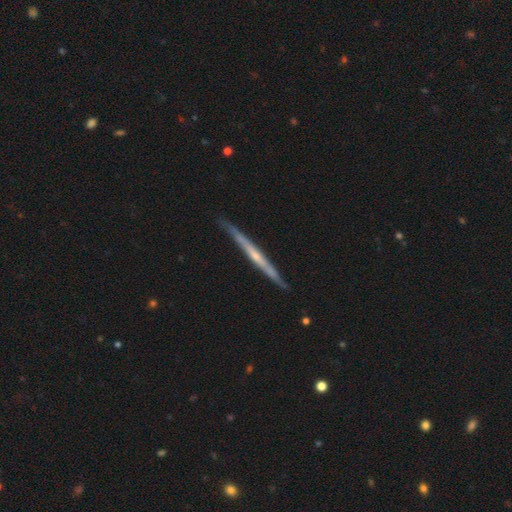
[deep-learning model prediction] The model was most divided on "edge-on bulge": none: 54%, rounded: 41%, boxy: 6%. More confident: edge-on disk — yes (97%); merging — none (85%); smooth or featured — featured or disk (73%).